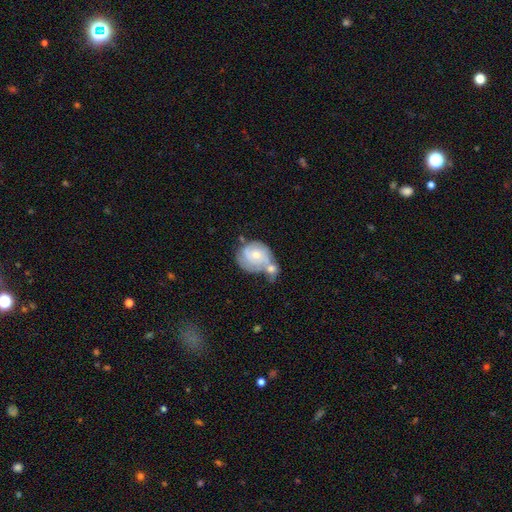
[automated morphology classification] Smooth or featured?
  - featured or disk: 58% *
  - smooth: 37%
  - star or artifact: 6%
Edge-on disk?
  - no: 98% *
  - yes: 2%
Bar?
  - no: 73% *
  - weak: 23%
  - strong: 4%
Spiral arms?
  - yes: 72% *
  - no: 28%
Bulge size?
  - moderate: 54% *
  - small: 41%
  - large: 3%
  - none: 2%
  - dominant: 1%
Merging?
  - merger: 52% *
  - none: 22%
  - minor disturbance: 16%
  - major disturbance: 10%